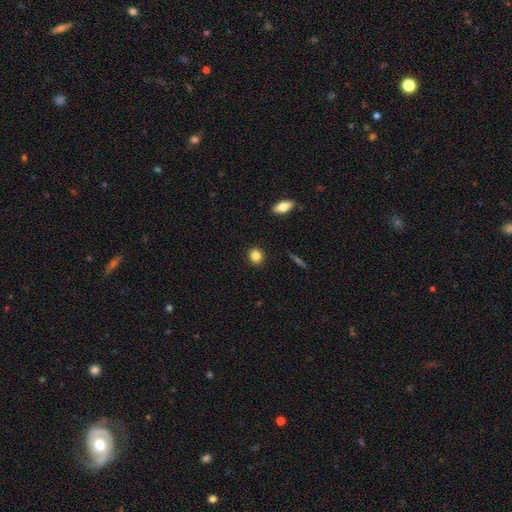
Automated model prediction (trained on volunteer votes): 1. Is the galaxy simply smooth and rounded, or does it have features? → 85% smooth, 9% star or artifact, 6% featured or disk.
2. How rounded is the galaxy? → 78% round, 20% in between, 2% cigar-shaped.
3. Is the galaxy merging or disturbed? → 90% none, 7% minor disturbance, 2% major disturbance, 1% merger.